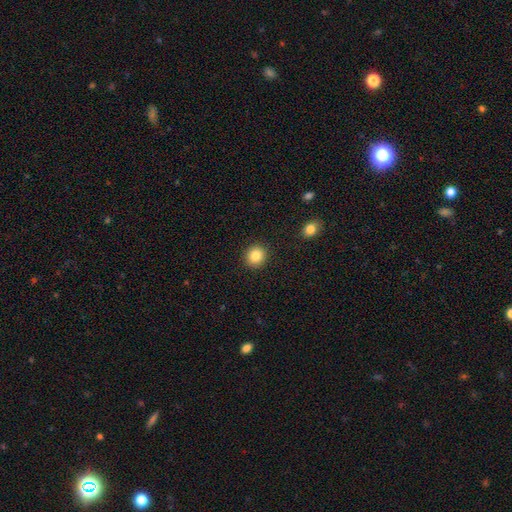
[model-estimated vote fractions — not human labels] A smooth galaxy with no disk features (85%) that is round (87%).

Vote fractions:
- Smooth or featured? smooth: 85% / star or artifact: 10% / featured or disk: 6%
- How rounded? round: 87% / in between: 12% / cigar-shaped: 1%
- Merging? none: 91% / minor disturbance: 5% / major disturbance: 2% / merger: 1%